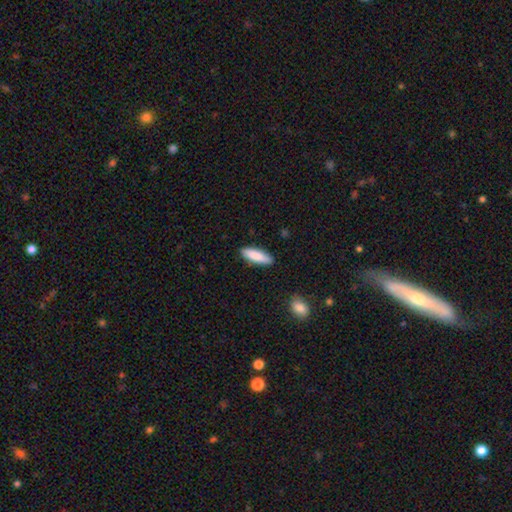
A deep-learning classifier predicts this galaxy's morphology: type=smooth (86%); roundness=cigar-shaped (50%); merging=none (87%).